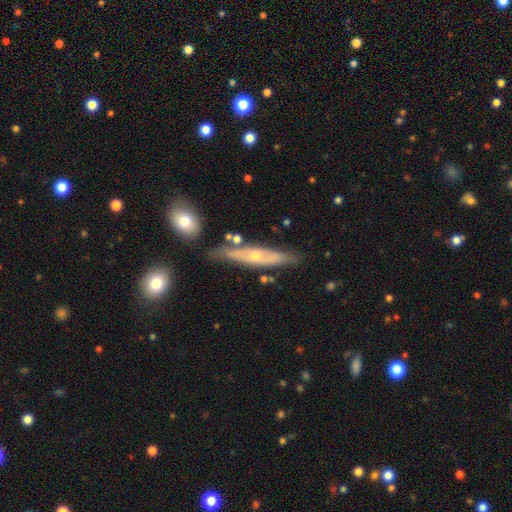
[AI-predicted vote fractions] Overall: featured or disk (64%; smooth 29%). Edge-on disk: yes (68%; no 32%). Merging: none (71%).